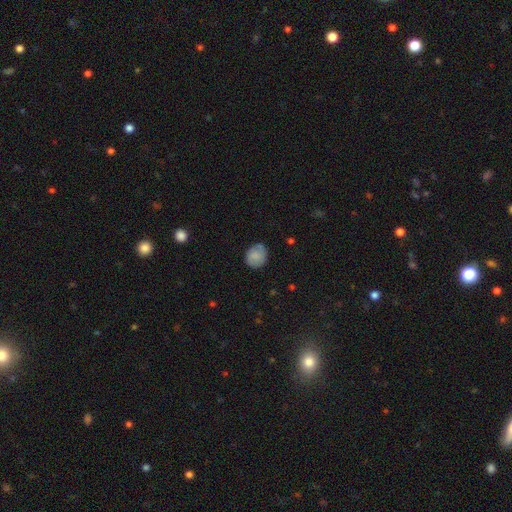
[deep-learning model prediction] Q: Smooth or featured?
A: smooth (79%); runner-up: featured or disk (13%)
Q: How rounded?
A: round (70%); runner-up: in between (29%)
Q: Merging?
A: none (75%); runner-up: minor disturbance (20%)